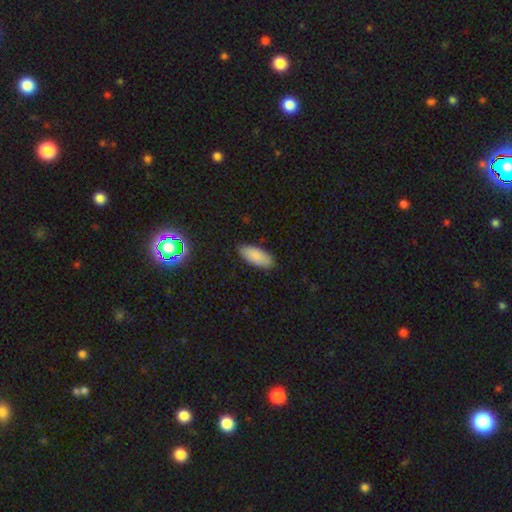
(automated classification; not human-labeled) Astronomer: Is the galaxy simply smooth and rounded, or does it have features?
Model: smooth — 87%.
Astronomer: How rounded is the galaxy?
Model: in between — 85%.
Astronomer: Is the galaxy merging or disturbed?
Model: none — 85%.